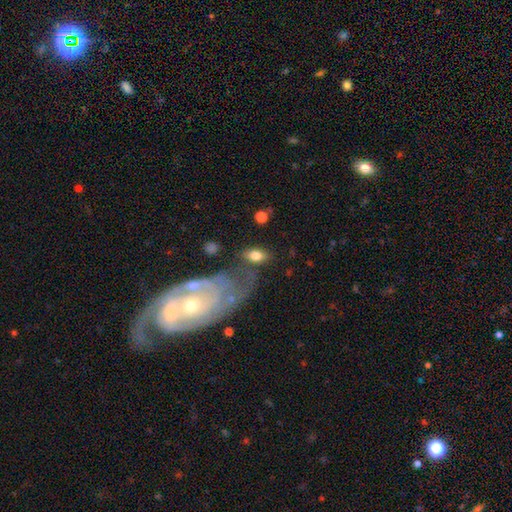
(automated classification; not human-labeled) Smooth or featured?
  - smooth: 76% *
  - featured or disk: 17%
  - star or artifact: 7%
How rounded?
  - in between: 89% *
  - round: 8%
  - cigar-shaped: 3%
Merging?
  - none: 63% *
  - minor disturbance: 18%
  - major disturbance: 10%
  - merger: 9%